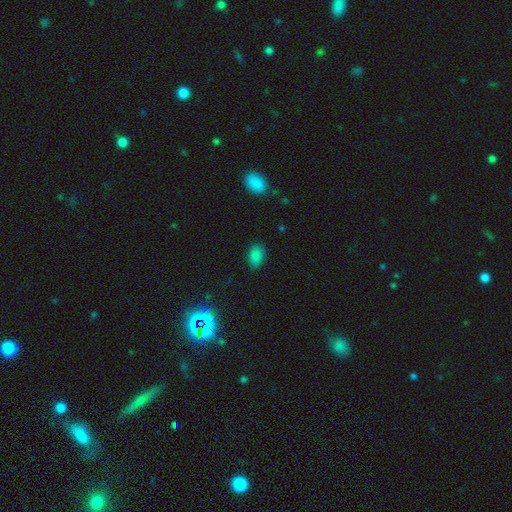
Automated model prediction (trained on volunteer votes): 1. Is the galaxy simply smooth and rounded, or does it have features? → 83% smooth, 13% star or artifact, 4% featured or disk.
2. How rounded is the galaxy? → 88% in between, 11% round, 2% cigar-shaped.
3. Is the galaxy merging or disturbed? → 83% none, 13% minor disturbance, 3% major disturbance, 1% merger.